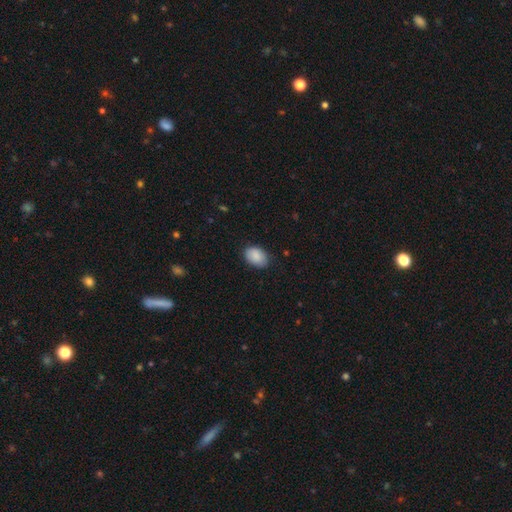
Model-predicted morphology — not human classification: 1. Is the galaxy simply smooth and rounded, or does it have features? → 89% smooth, 7% star or artifact, 4% featured or disk.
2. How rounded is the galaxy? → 86% in between, 13% round, 1% cigar-shaped.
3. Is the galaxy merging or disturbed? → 83% none, 14% minor disturbance, 3% major disturbance, 1% merger.